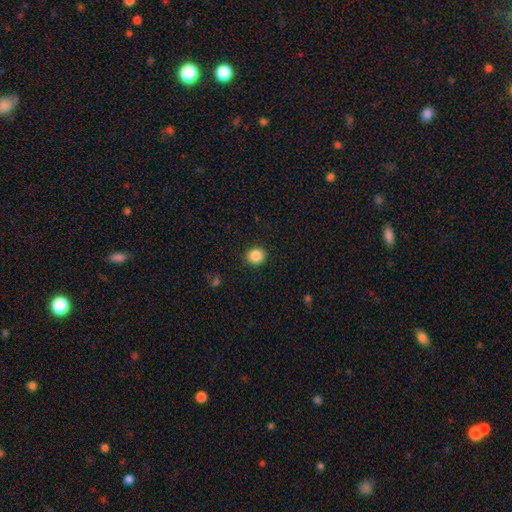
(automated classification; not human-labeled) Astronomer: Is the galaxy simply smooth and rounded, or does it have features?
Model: smooth — 86%.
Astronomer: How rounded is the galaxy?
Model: round — 78%.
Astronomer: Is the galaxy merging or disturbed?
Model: none — 91%.